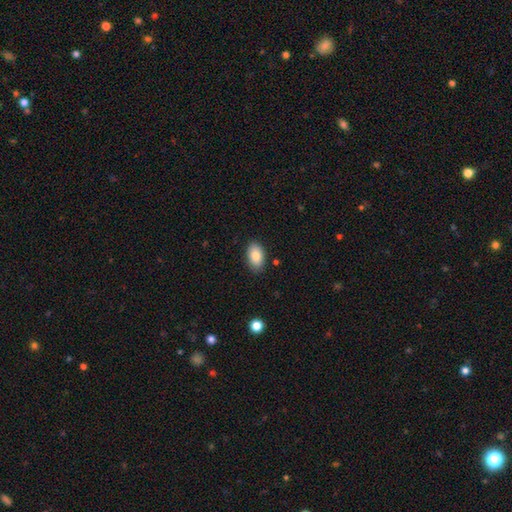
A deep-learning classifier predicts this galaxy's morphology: smooth-or-featured: smooth: 86% | featured or disk: 7% | star or artifact: 7%
  how-rounded: in between: 93% | round: 6% | cigar-shaped: 1%
  merging: none: 86% | minor disturbance: 10% | major disturbance: 2% | merger: 1%